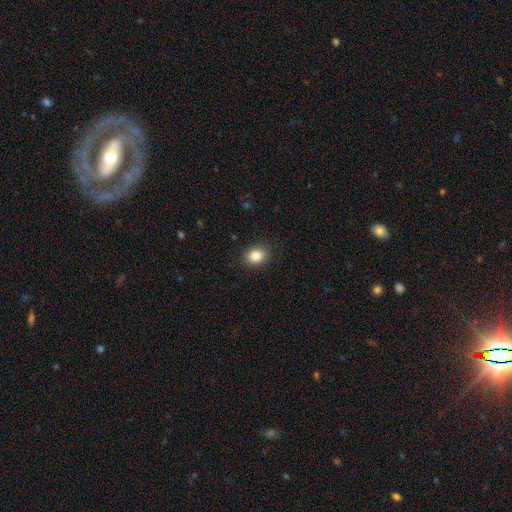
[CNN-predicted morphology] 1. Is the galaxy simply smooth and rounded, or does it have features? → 84% smooth, 9% star or artifact, 6% featured or disk.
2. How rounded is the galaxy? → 60% in between, 39% round, 1% cigar-shaped.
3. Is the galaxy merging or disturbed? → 88% none, 8% minor disturbance, 2% major disturbance, 1% merger.